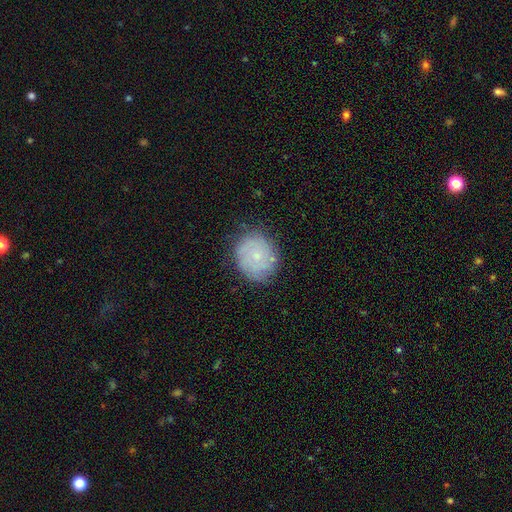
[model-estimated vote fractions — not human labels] Smooth or featured: featured or disk — 46% (smooth — 45%)
Merging: none — 75% (minor disturbance — 18%)